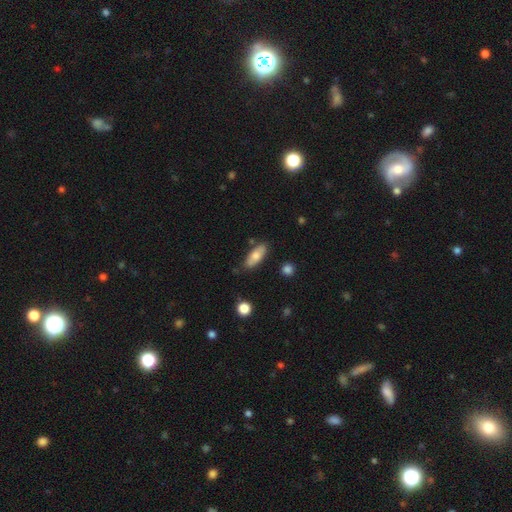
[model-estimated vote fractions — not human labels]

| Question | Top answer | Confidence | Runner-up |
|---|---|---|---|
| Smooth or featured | smooth | 71% | featured or disk (22%) |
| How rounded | in between | 75% | cigar-shaped (23%) |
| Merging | none | 77% | minor disturbance (16%) |